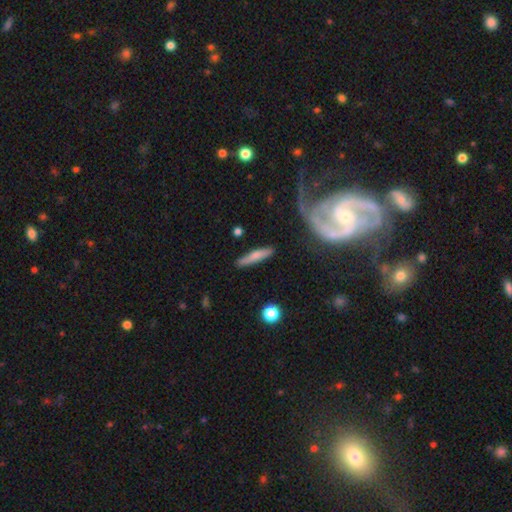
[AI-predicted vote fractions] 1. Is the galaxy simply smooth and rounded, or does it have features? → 68% smooth, 26% featured or disk, 6% star or artifact.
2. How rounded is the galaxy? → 88% cigar-shaped, 10% in between, 2% round.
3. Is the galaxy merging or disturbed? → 84% none, 11% minor disturbance, 2% major disturbance, 2% merger.